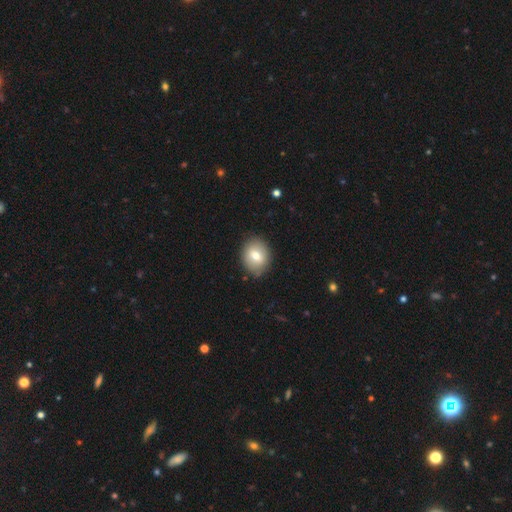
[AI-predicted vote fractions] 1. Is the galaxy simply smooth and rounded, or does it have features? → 75% smooth, 17% featured or disk, 8% star or artifact.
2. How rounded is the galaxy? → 55% round, 45% in between, 1% cigar-shaped.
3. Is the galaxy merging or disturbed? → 84% none, 12% minor disturbance, 3% major disturbance, 2% merger.